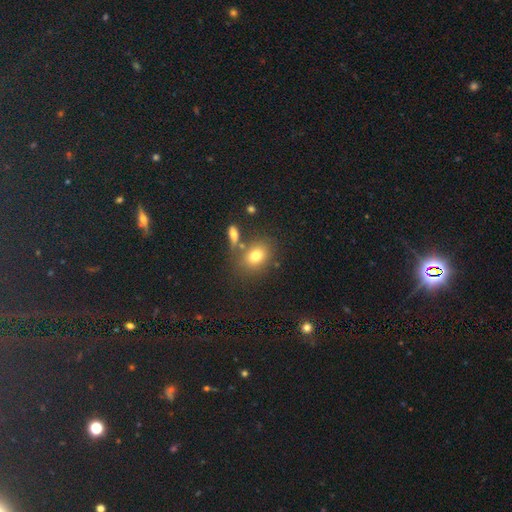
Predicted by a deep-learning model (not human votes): smooth 75%, star or artifact 12%, featured or disk 12%. Down the decision tree: how rounded — in between (56%); merging — none (68%).